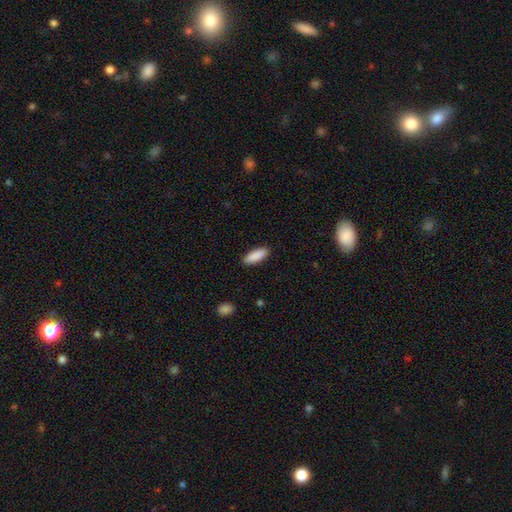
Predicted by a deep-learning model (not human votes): Smooth or featured? Predicted: smooth (p=0.90). How rounded? Predicted: in between (p=0.66). Merging? Predicted: none (p=0.89).